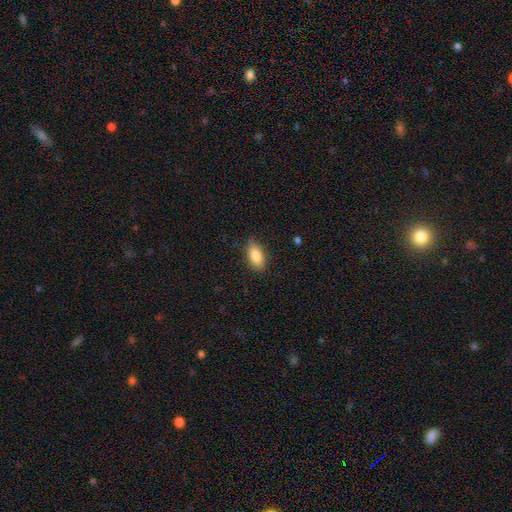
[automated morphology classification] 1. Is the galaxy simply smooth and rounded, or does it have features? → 85% smooth, 8% featured or disk, 7% star or artifact.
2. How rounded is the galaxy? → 89% in between, 7% cigar-shaped, 4% round.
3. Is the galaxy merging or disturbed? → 81% none, 15% minor disturbance, 3% major disturbance, 1% merger.